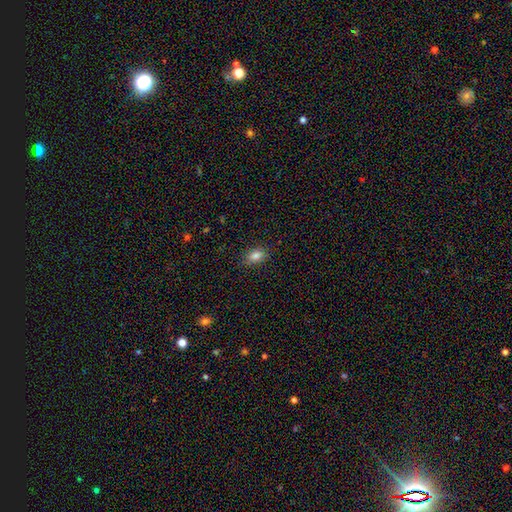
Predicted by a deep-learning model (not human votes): This appears to be a smooth galaxy with no disk features (84%) that is in between round and cigar-shaped (83%). Merging: none (85%).